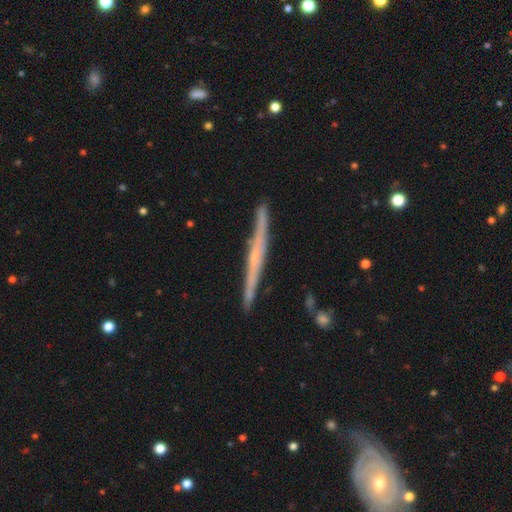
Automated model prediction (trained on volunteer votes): smooth-or-featured: featured or disk: 68% | smooth: 26% | star or artifact: 6%
  disk-edge-on: yes: 97% | no: 3%
    edge-on-bulge: none: 65% | rounded: 26% | boxy: 9%
  merging: none: 88% | minor disturbance: 9% | merger: 2% | major disturbance: 2%